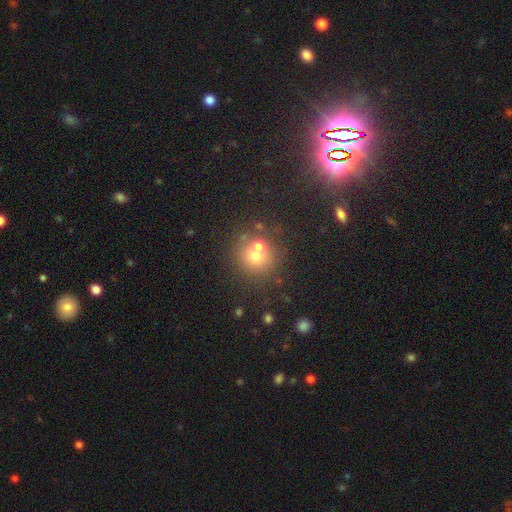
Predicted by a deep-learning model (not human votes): smooth-or-featured: smooth: 63% | featured or disk: 18% | star or artifact: 18%
  how-rounded: round: 89% | in between: 10% | cigar-shaped: 1%
  merging: none: 54% | merger: 34% | minor disturbance: 8% | major disturbance: 4%